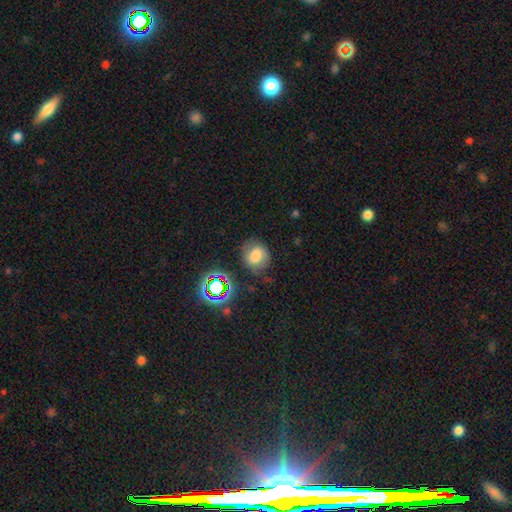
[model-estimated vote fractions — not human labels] Smooth or featured: smooth — 65% (featured or disk — 19%)
How rounded: round — 65% (in between — 34%)
Merging: none — 67% (minor disturbance — 21%)